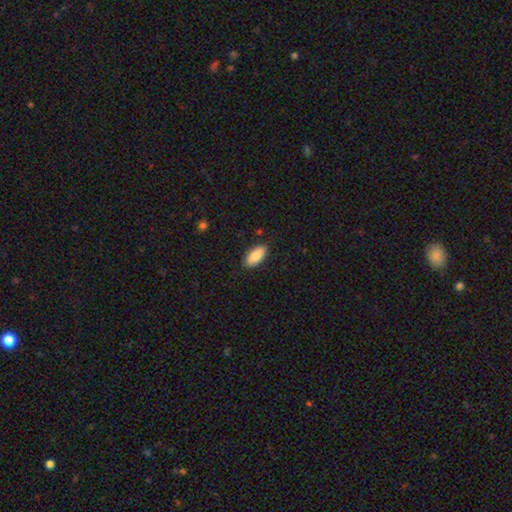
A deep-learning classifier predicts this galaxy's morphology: Smooth or featured? Predicted: smooth (p=0.87). How rounded? Predicted: in between (p=0.90). Merging? Predicted: none (p=0.88).